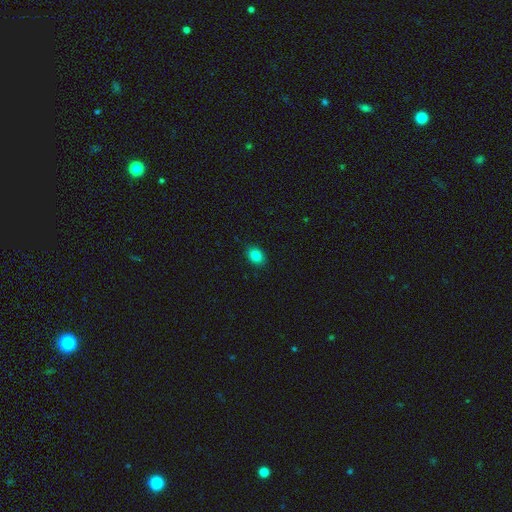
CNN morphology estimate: Smooth or featured?
  - smooth: 84% *
  - star or artifact: 11%
  - featured or disk: 5%
How rounded?
  - in between: 62% *
  - round: 37%
  - cigar-shaped: 1%
Merging?
  - none: 87% *
  - minor disturbance: 10%
  - major disturbance: 2%
  - merger: 1%